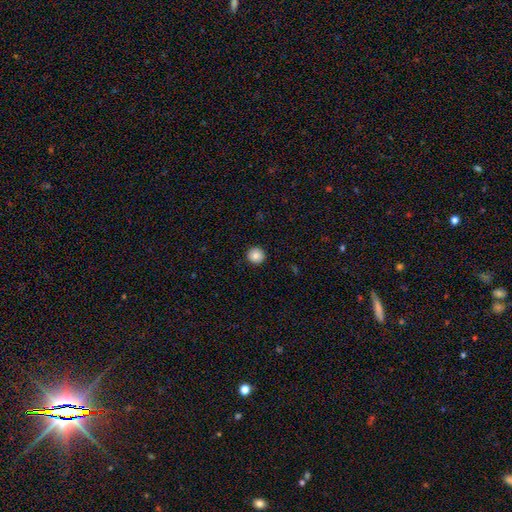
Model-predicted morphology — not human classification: smooth-or-featured: smooth: 83% | star or artifact: 9% | featured or disk: 8%
  how-rounded: round: 95% | in between: 4% | cigar-shaped: 1%
  merging: none: 92% | minor disturbance: 5% | major disturbance: 2% | merger: 1%